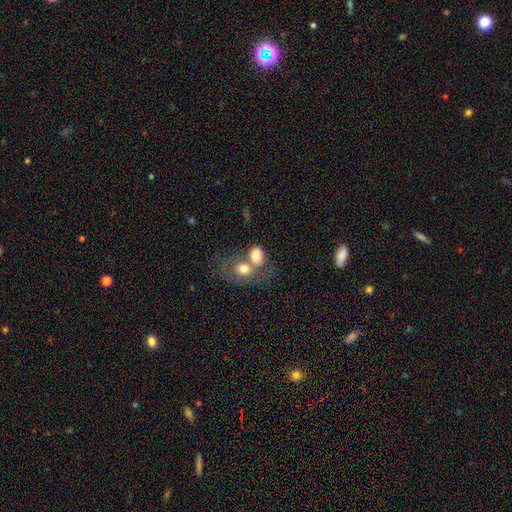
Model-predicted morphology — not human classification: Smooth or featured? Predicted: smooth (p=0.73). How rounded? Predicted: in between (p=0.67). Merging? Predicted: merger (p=0.63).